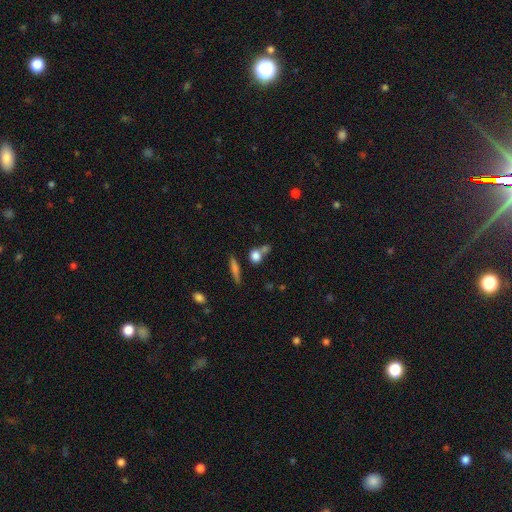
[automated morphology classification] The model was most divided on "merging": none: 54%, merger: 32%, minor disturbance: 10%, major disturbance: 5%. More confident: smooth or featured — smooth (77%); how rounded — round (67%).